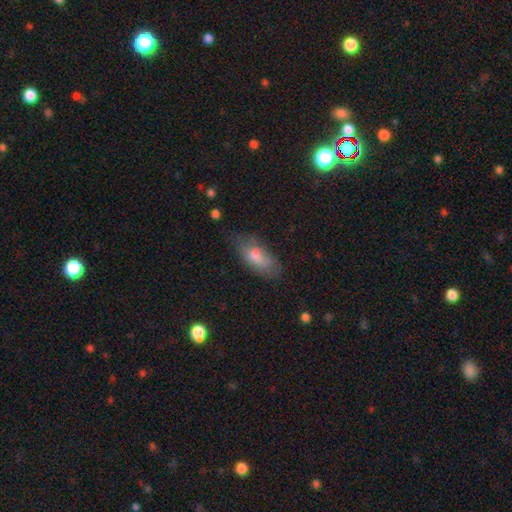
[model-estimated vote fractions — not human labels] The model was most divided on "merging": none: 60%, minor disturbance: 28%, major disturbance: 10%, merger: 2%. More confident: how rounded — in between (83%); smooth or featured — smooth (71%).